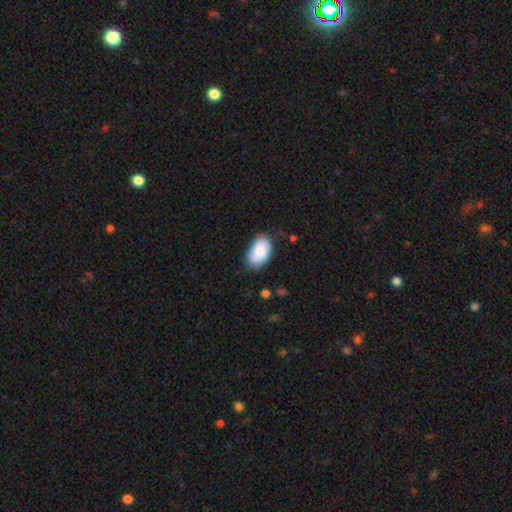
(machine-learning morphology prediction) type=smooth (85%); roundness=in between (92%); merging=none (73%).